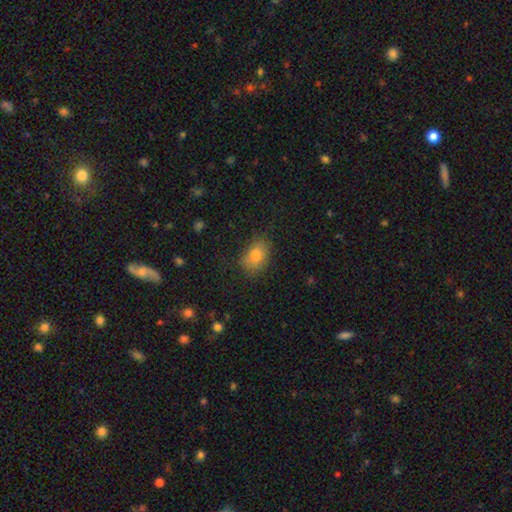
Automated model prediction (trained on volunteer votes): A smooth galaxy with no disk features (78%) that is in between round and cigar-shaped (74%).

Vote fractions:
- Smooth or featured? smooth: 78% / featured or disk: 11% / star or artifact: 10%
- How rounded? in between: 74% / round: 25% / cigar-shaped: 1%
- Merging? none: 71% / minor disturbance: 21% / major disturbance: 7% / merger: 1%